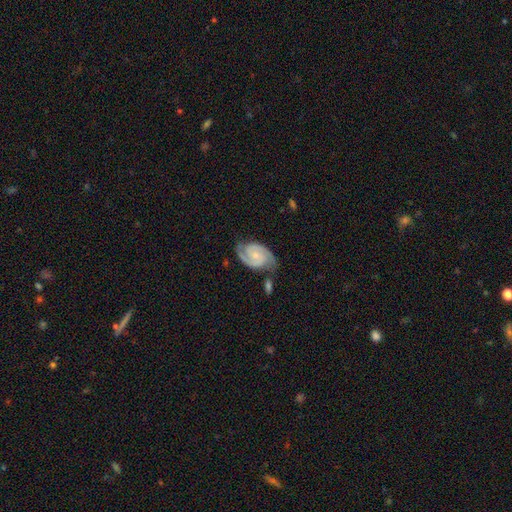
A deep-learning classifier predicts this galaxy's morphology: A featured or disk galaxy (89%) with no bar (58%), 2 (92%) tight (50%) spiral arms (98%) and a small central bulge (61%).

Vote fractions:
- Smooth or featured? featured or disk: 89% / smooth: 6% / star or artifact: 5%
- Edge-on disk? no: 98% / yes: 2%
- Bar? no: 58% / weak: 33% / strong: 9%
- Spiral arms? yes: 98% / no: 2%
- Spiral winding? tight: 50% / medium: 43% / loose: 7%
- Spiral arm count? 2: 92% / can't tell: 2% / 3: 2% / 1: 1% / 4: 1% / more than 4: 1%
- Bulge size? small: 61% / moderate: 25% / none: 11% / large: 2% / dominant: 1%
- Merging? none: 73% / minor disturbance: 16% / merger: 6% / major disturbance: 5%